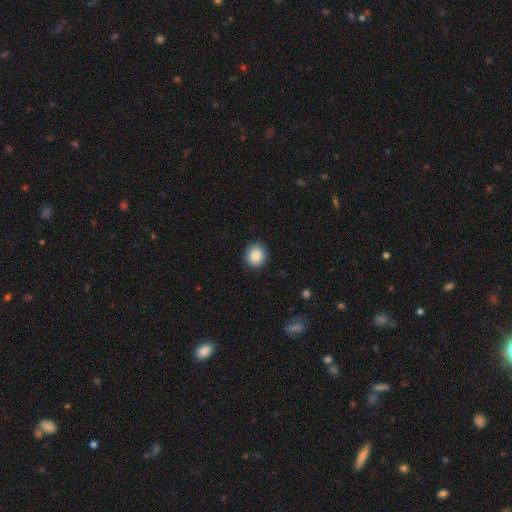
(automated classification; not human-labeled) Smooth or featured? Predicted: smooth (p=0.86). How rounded? Predicted: round (p=0.91). Merging? Predicted: none (p=0.92).